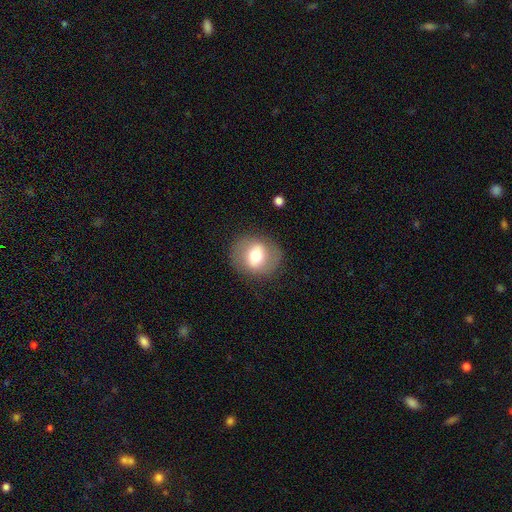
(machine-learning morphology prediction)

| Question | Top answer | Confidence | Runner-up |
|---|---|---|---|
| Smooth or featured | smooth | 57% | featured or disk (35%) |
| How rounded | round | 64% | in between (35%) |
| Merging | none | 82% | minor disturbance (11%) |